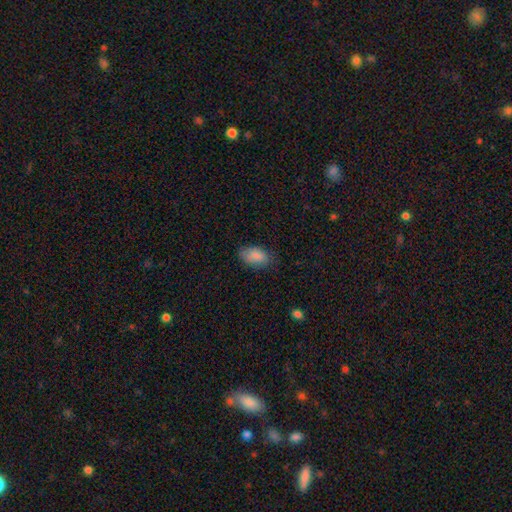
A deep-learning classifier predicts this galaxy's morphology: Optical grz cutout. It shows a smooth galaxy with no disk features (87%) that is in between round and cigar-shaped (93%). Merging: none (76%).